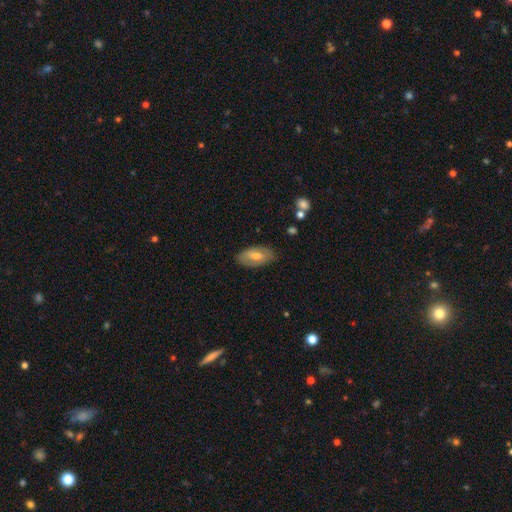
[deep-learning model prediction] Smooth or featured? smooth (55%)
How rounded? in between (92%)
Merging? none (79%)